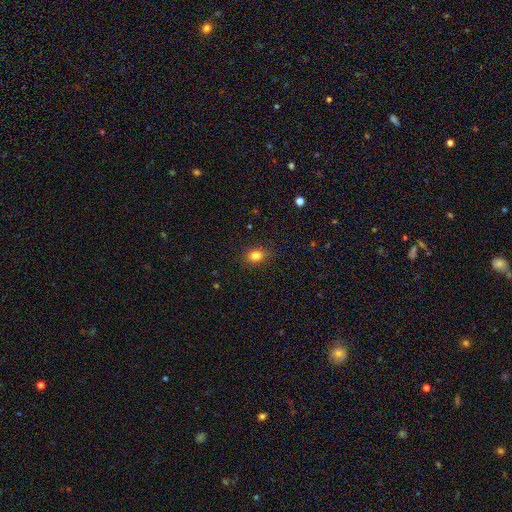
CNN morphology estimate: Smooth or featured: smooth — 81% (star or artifact — 13%)
How rounded: in between — 52% (round — 46%)
Merging: none — 83% (minor disturbance — 12%)